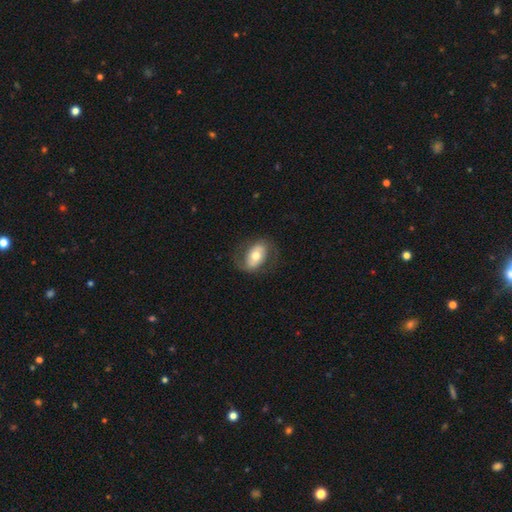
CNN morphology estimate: A smooth galaxy with no disk features (51%) that is in between round and cigar-shaped (87%).

Vote fractions:
- Smooth or featured? smooth: 51% / featured or disk: 43% / star or artifact: 6%
- How rounded? in between: 87% / round: 11% / cigar-shaped: 2%
- Merging? none: 73% / minor disturbance: 17% / major disturbance: 10% / merger: 1%